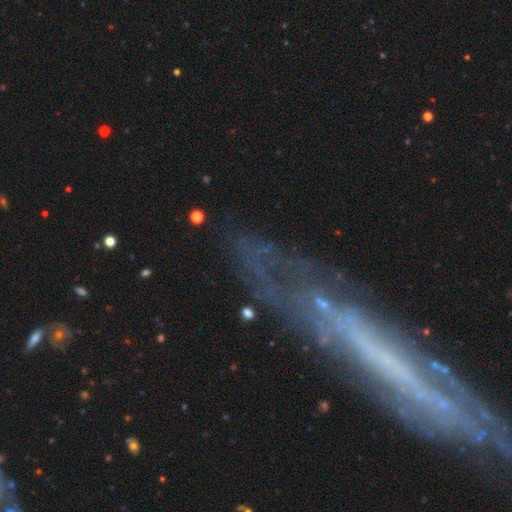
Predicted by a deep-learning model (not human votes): Smooth or featured?
  - featured or disk: 66% *
  - smooth: 19%
  - star or artifact: 15%
Edge-on disk?
  - yes: 54% *
  - no: 46%
Merging?
  - none: 67% *
  - minor disturbance: 18%
  - major disturbance: 11%
  - merger: 4%